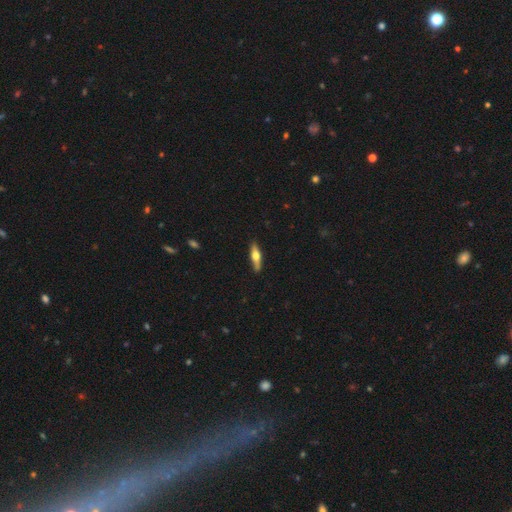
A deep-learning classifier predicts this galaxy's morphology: smooth_or_featured: featured or disk (p=0.51) [alt: smooth p=0.43]
disk_edge_on: yes (p=0.92) [alt: no p=0.08]
merging: none (p=0.88) [alt: minor disturbance p=0.09]